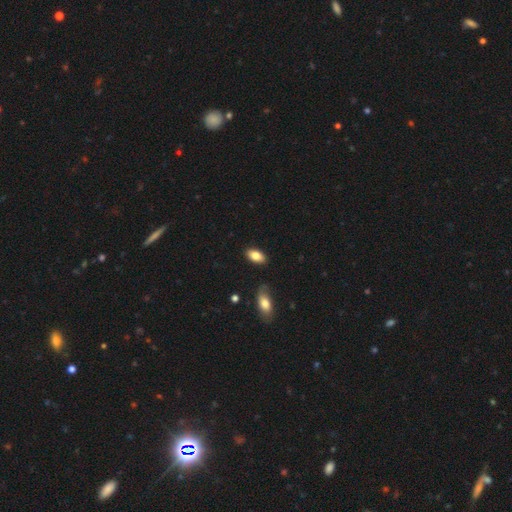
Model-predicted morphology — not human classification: A smooth galaxy with no disk features (83%) that is in between round and cigar-shaped (92%). Merging: none (85%).